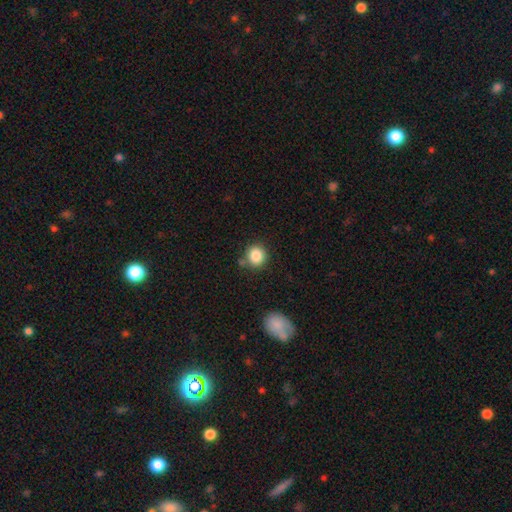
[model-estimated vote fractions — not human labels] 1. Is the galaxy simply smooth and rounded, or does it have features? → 86% smooth, 10% star or artifact, 5% featured or disk.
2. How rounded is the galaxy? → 88% round, 11% in between, 1% cigar-shaped.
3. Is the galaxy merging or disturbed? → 76% none, 13% minor disturbance, 7% merger, 4% major disturbance.